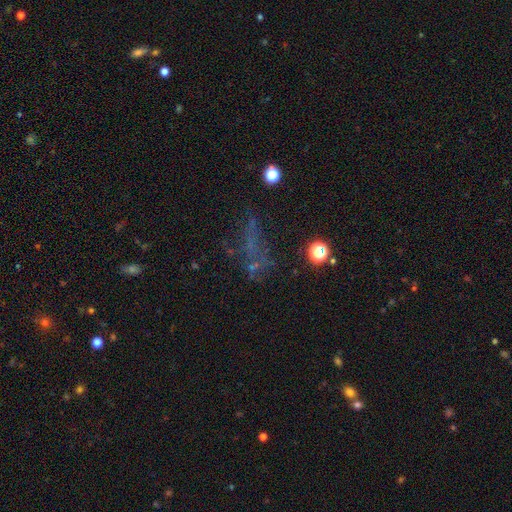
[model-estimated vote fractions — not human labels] Smooth or featured: star or artifact — 41% (smooth — 30%)